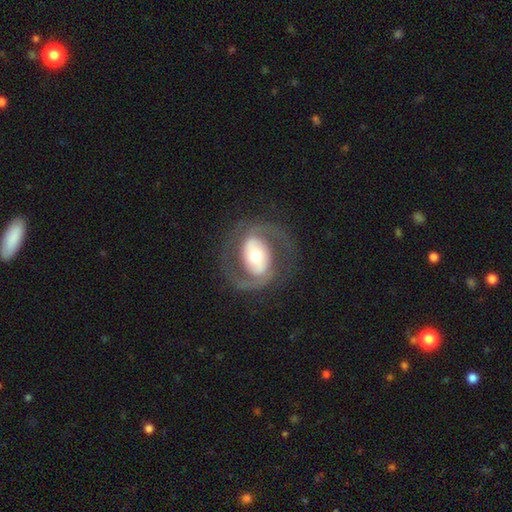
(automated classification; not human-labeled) Overall: featured or disk (82%). Edge-on disk: no (97%). Bar: strong (38%; no 34%). Spiral arms: yes (85%). Spiral arm count: 2 (90%). Spiral winding: medium (52%; tight 28%). Bulge size: moderate (60%). Merging: none (77%).